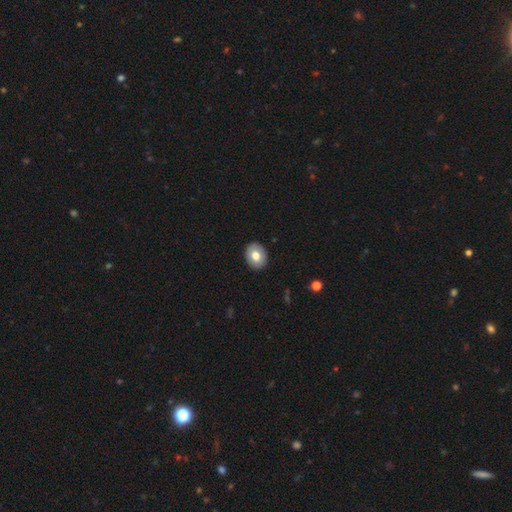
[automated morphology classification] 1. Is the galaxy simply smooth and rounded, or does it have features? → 75% smooth, 17% featured or disk, 7% star or artifact.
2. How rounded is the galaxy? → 51% in between, 48% round, 1% cigar-shaped.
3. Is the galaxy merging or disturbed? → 90% none, 7% minor disturbance, 2% major disturbance, 1% merger.